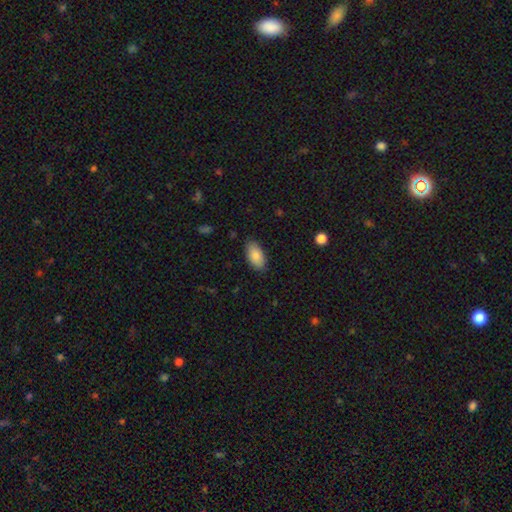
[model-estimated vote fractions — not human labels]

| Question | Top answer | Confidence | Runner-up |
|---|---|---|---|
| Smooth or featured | smooth | 87% | featured or disk (7%) |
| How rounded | in between | 94% | cigar-shaped (4%) |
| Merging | none | 85% | minor disturbance (11%) |